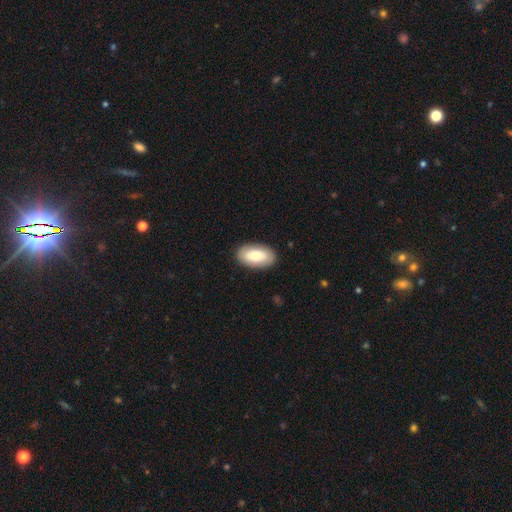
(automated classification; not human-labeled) A smooth galaxy with no disk features (74%) that is in between round and cigar-shaped (94%).

Vote fractions:
- Smooth or featured? smooth: 74% / featured or disk: 20% / star or artifact: 6%
- How rounded? in between: 94% / round: 3% / cigar-shaped: 2%
- Merging? none: 88% / minor disturbance: 9% / major disturbance: 2% / merger: 1%